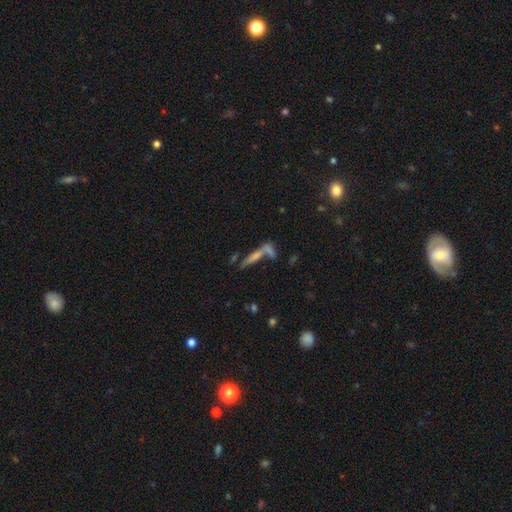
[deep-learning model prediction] Smooth or featured? Predicted: smooth (p=0.52). How rounded? Predicted: cigar-shaped (p=0.82). Merging? Predicted: none (p=0.47).